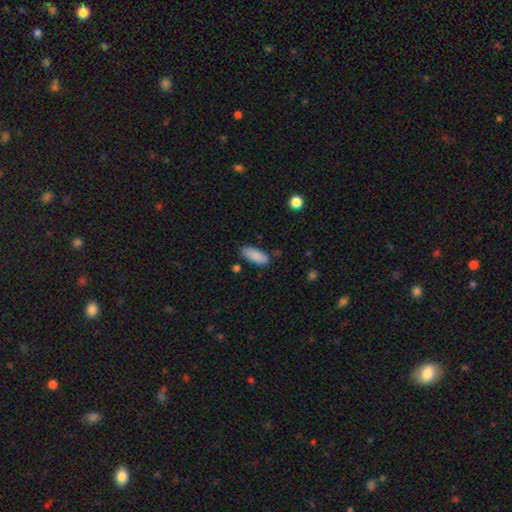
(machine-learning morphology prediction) Q: Smooth or featured?
A: smooth (89%); runner-up: star or artifact (6%)
Q: How rounded?
A: in between (81%); runner-up: cigar-shaped (18%)
Q: Merging?
A: none (81%); runner-up: minor disturbance (14%)